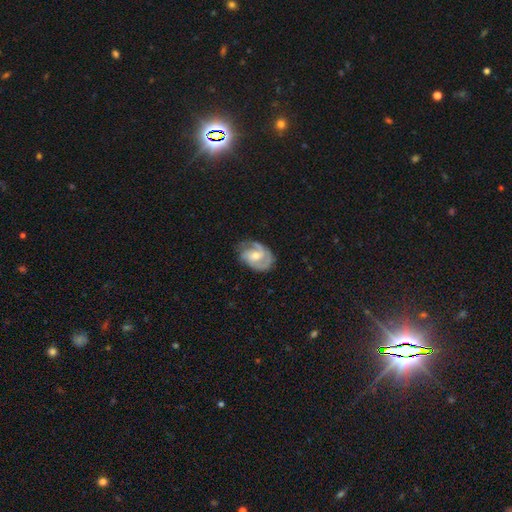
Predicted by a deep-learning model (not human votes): featured or disk 83%, smooth 12%, star or artifact 5%. Down the decision tree: edge-on disk — no (97%); bar — no (47%); spiral arms — yes (96%); spiral arm count — 2 (63%); spiral winding — tight (47%); bulge size — moderate (56%); merging — none (69%).